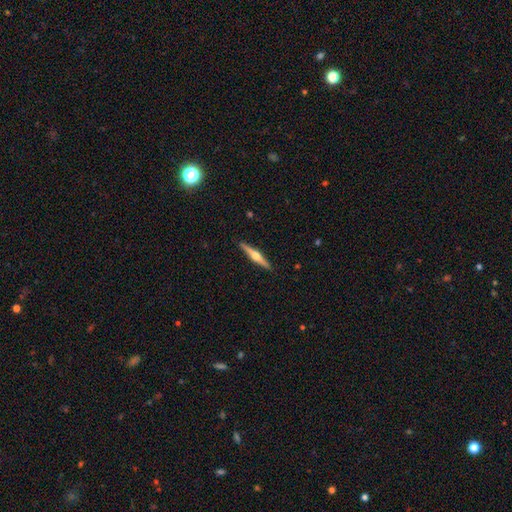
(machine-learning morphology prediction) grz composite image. It shows a featured or disk galaxy (76%) viewed edge-on (98%) with a rounded central bulge (95%). Merging: none (92%).